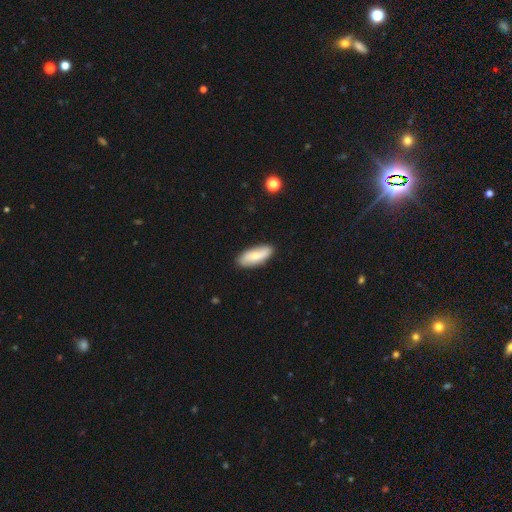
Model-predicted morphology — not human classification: smooth 63%, featured or disk 31%, star or artifact 6%. Down the decision tree: how rounded — in between (76%); merging — none (87%).